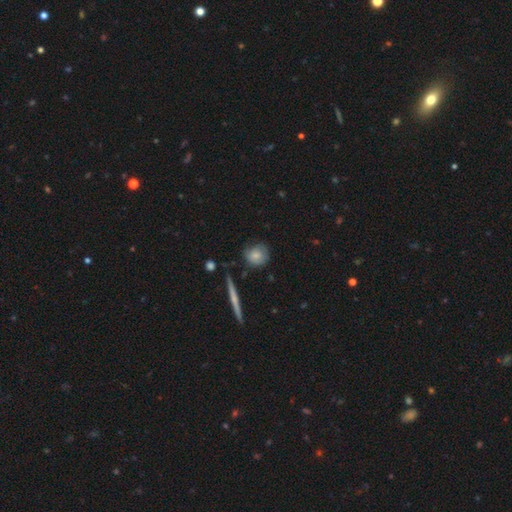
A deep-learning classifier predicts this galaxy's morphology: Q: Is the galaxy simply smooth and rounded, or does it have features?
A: smooth — 69%.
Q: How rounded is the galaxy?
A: round — 77%.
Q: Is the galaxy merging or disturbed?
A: none — 64%.